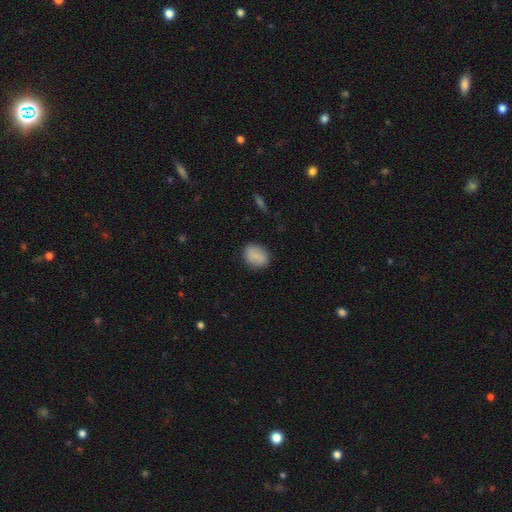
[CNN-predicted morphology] The model was most divided on "how rounded": in between: 67%, round: 32%, cigar-shaped: 2%. More confident: merging — none (86%); smooth or featured — smooth (83%).